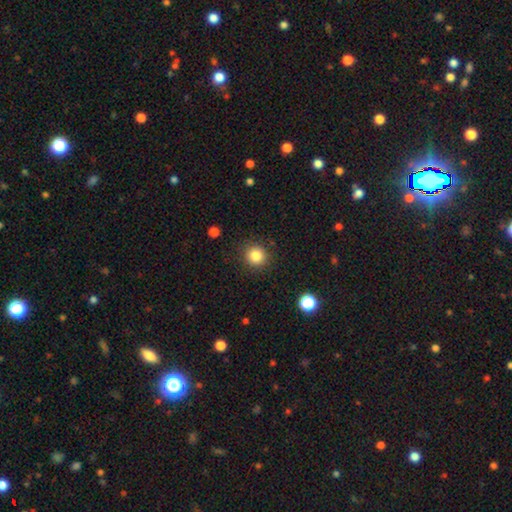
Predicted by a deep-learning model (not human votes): Q: Smooth or featured?
A: smooth (84%); runner-up: star or artifact (11%)
Q: How rounded?
A: round (91%); runner-up: in between (8%)
Q: Merging?
A: none (89%); runner-up: minor disturbance (7%)